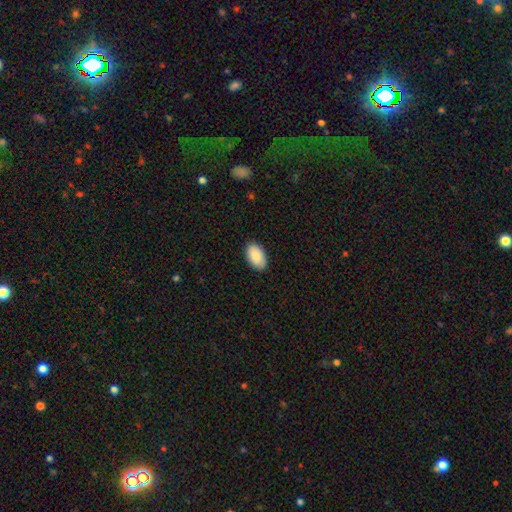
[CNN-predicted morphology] smooth_or_featured: smooth (p=0.89) [alt: star or artifact p=0.06]
how_rounded: in between (p=0.95) [alt: round p=0.04]
merging: none (p=0.88) [alt: minor disturbance p=0.09]